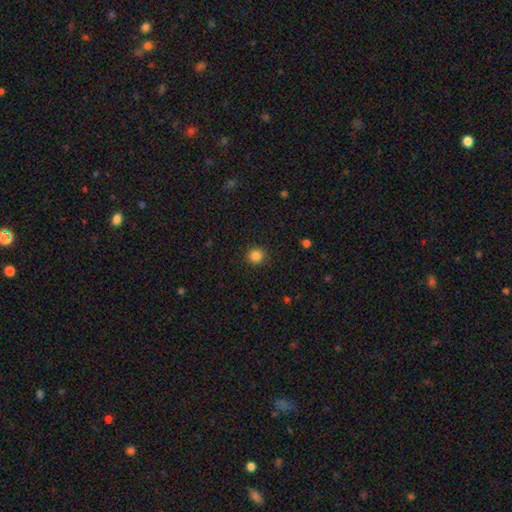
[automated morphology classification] Smooth or featured: smooth — 85% (star or artifact — 12%)
How rounded: round — 91% (in between — 8%)
Merging: none — 90% (minor disturbance — 6%)